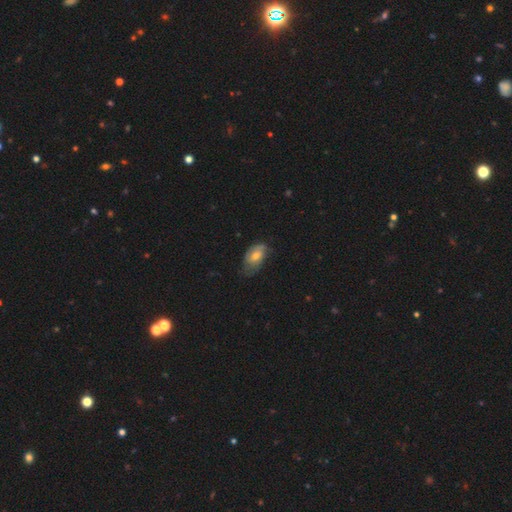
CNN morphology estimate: The model was most divided on "smooth or featured": smooth: 50%, featured or disk: 43%, star or artifact: 8%. More confident: merging — none (56%).